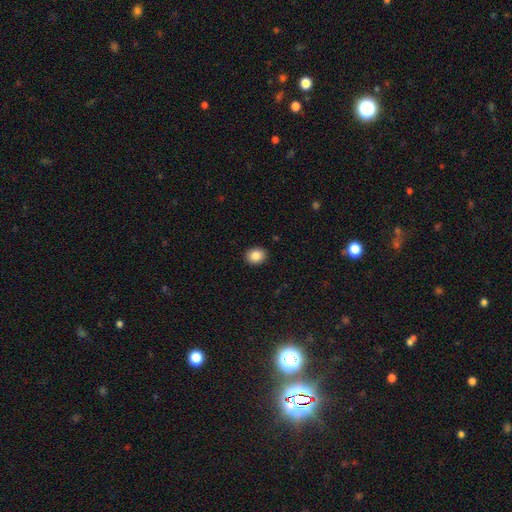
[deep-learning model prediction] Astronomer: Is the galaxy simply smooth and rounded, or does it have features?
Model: smooth — 86%.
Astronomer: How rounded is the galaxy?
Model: round — 55% (runner-up: in between, 44%).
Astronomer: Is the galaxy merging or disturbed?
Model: none — 91%.